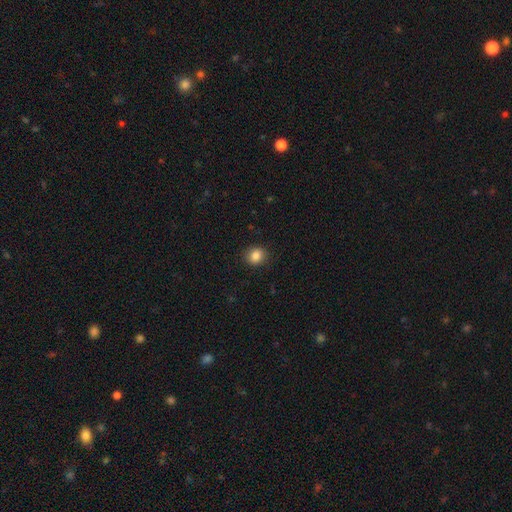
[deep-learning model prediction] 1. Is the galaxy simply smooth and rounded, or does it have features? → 85% smooth, 10% star or artifact, 5% featured or disk.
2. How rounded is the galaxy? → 76% round, 23% in between, 1% cigar-shaped.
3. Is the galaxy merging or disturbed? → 89% none, 7% minor disturbance, 2% major disturbance, 1% merger.